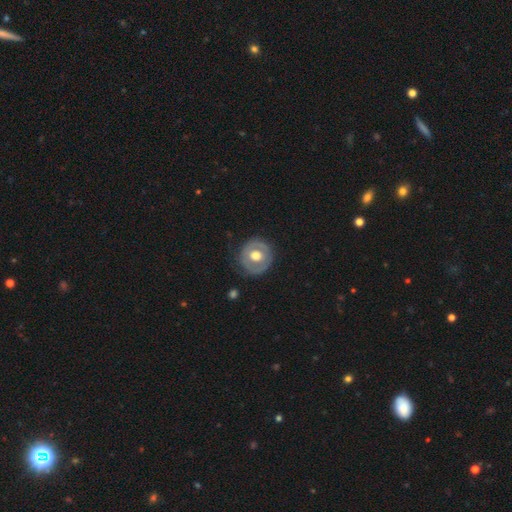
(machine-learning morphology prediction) Q: Smooth or featured?
A: featured or disk (49%); runner-up: smooth (45%)
Q: Merging?
A: none (81%); runner-up: minor disturbance (13%)